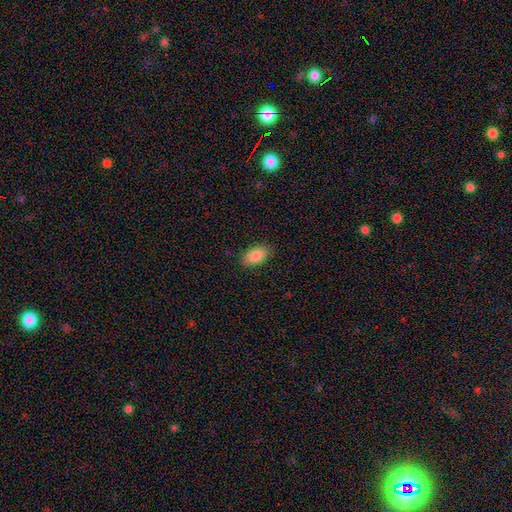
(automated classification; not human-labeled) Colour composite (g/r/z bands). It shows a smooth galaxy with no disk features (87%) that is in between round and cigar-shaped (93%). Merging: none (88%).